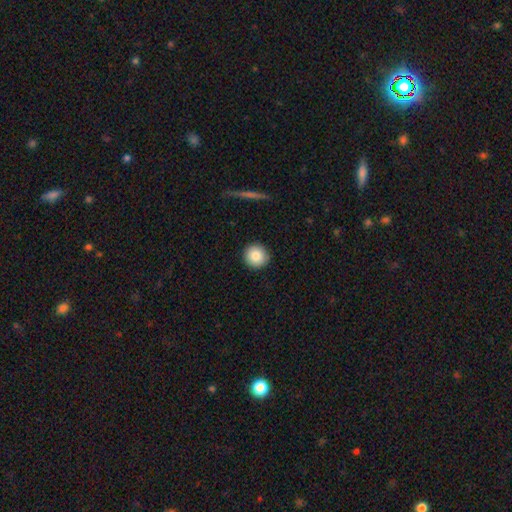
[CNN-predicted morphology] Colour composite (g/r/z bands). It shows a smooth galaxy with no disk features (85%) that is round (94%). Merging: none (92%).